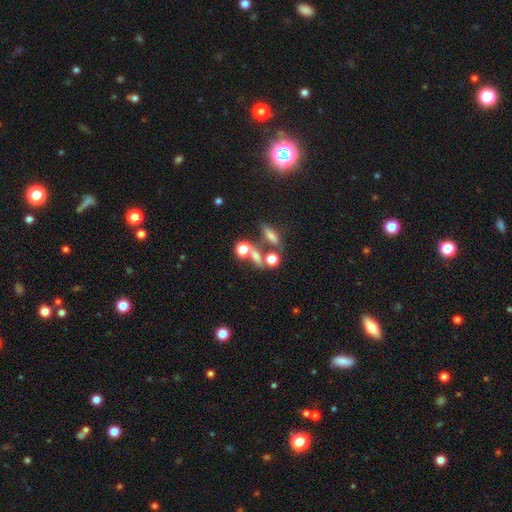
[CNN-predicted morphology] Smooth or featured? Predicted: smooth (p=0.62). How rounded? Predicted: round (p=0.49). Merging? Predicted: none (p=0.42).